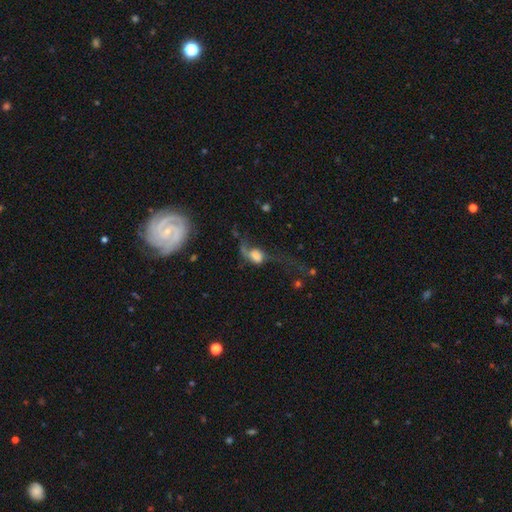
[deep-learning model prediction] This is possibly a smooth galaxy (46%). Merging: possibly major disturbance (58%).